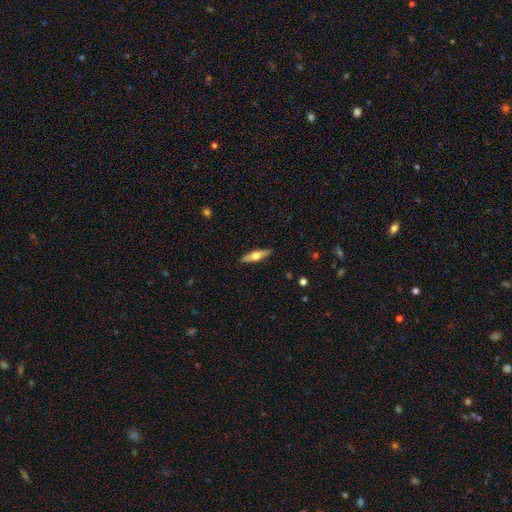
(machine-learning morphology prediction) A featured or disk galaxy (56%) viewed edge-on (94%) with a rounded central bulge (94%).

Vote fractions:
- Smooth or featured? featured or disk: 56% / smooth: 38% / star or artifact: 6%
- Edge-on disk? yes: 94% / no: 6%
- Edge-on bulge? rounded: 94% / boxy: 4% / none: 2%
- Merging? none: 90% / minor disturbance: 7% / major disturbance: 2% / merger: 1%